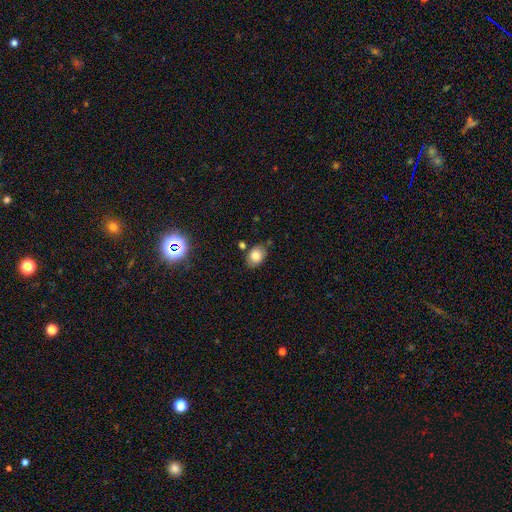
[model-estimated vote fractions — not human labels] Overall: smooth (81%). How rounded: in between (73%). Merging: none (73%).